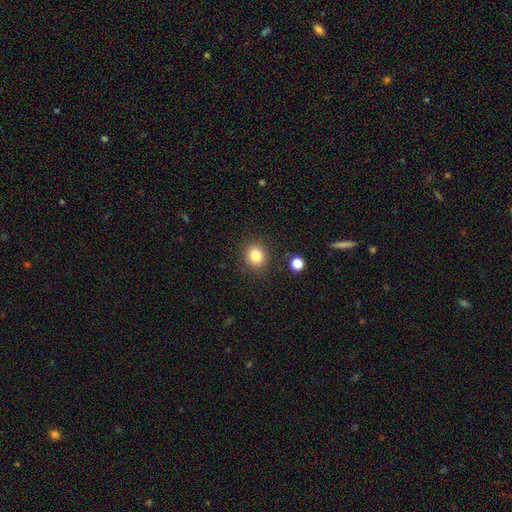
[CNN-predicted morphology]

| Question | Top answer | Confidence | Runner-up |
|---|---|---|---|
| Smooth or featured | smooth | 82% | star or artifact (12%) |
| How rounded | round | 84% | in between (15%) |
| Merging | none | 88% | minor disturbance (7%) |